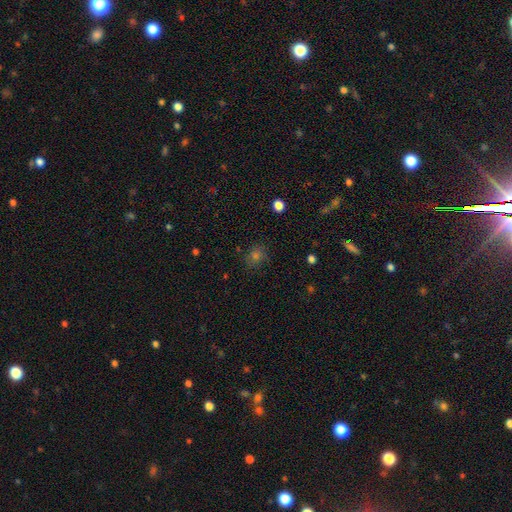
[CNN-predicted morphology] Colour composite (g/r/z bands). It shows a smooth galaxy with no disk features (62%) that is round (72%). Merging: none (85%).